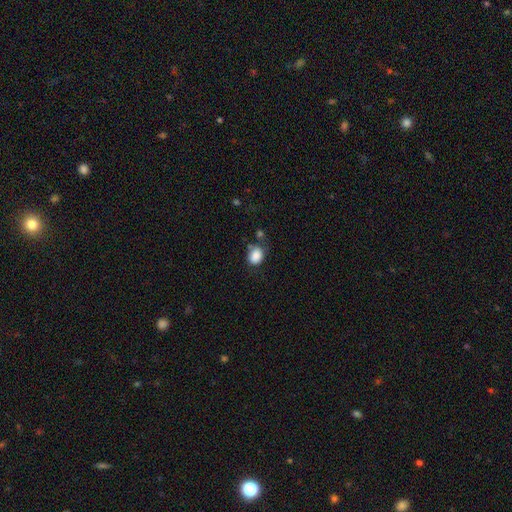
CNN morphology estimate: The model was most divided on "how rounded": round: 50%, in between: 49%, cigar-shaped: 1%. More confident: smooth or featured — smooth (86%); merging — none (59%).